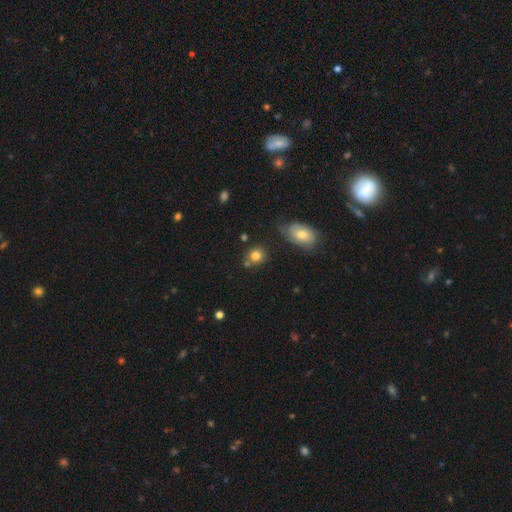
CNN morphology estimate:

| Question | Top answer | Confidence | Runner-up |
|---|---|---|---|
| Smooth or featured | smooth | 80% | star or artifact (11%) |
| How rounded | round | 81% | in between (18%) |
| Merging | none | 70% | minor disturbance (13%) |